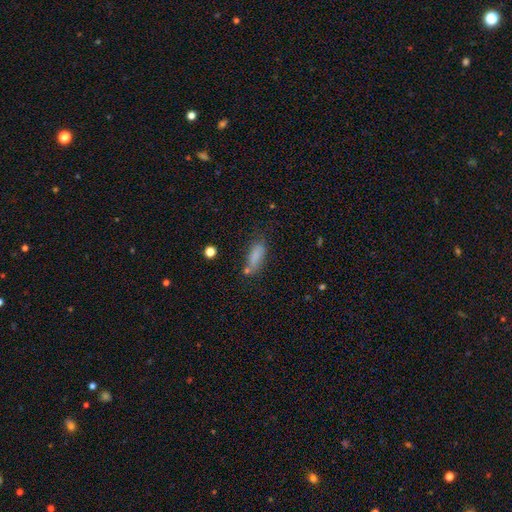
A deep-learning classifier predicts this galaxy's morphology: smooth-or-featured: smooth: 79% | featured or disk: 10% | star or artifact: 10%
  how-rounded: in between: 65% | cigar-shaped: 33% | round: 3%
  merging: none: 57% | minor disturbance: 23% | merger: 10% | major disturbance: 9%